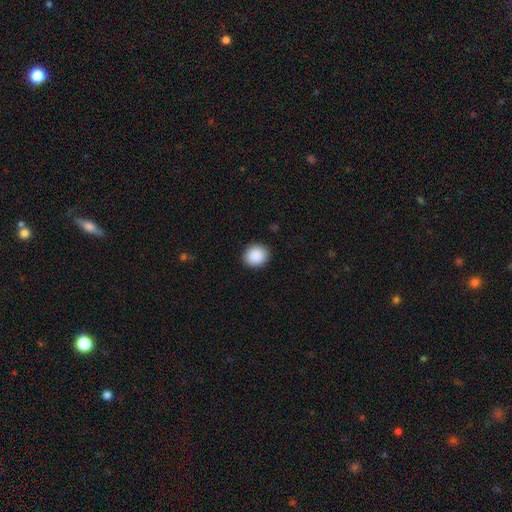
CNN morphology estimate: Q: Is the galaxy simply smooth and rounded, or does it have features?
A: smooth — 90%.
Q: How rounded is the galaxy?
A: round — 80%.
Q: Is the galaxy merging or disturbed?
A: none — 90%.